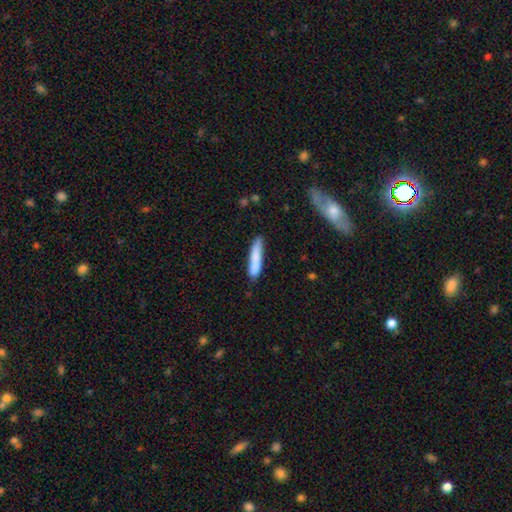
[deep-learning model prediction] smooth_or_featured: smooth (p=0.80) [alt: featured or disk p=0.14]
how_rounded: cigar-shaped (p=0.90) [alt: in between p=0.09]
merging: none (p=0.78) [alt: minor disturbance p=0.16]